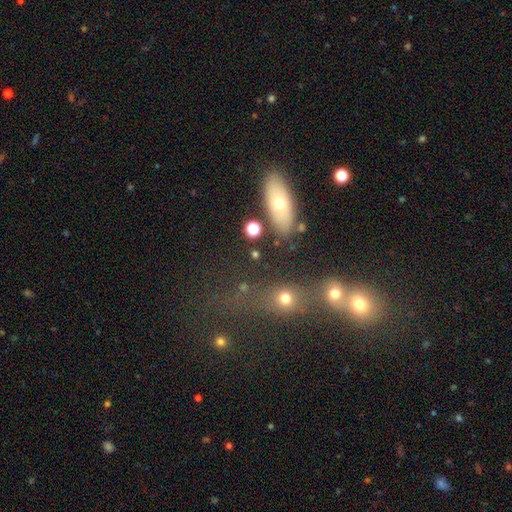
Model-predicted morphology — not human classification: The model was most divided on "merging": none: 43%, merger: 33%, minor disturbance: 13%, major disturbance: 11%. Remaining: smooth or featured — smooth (46%).